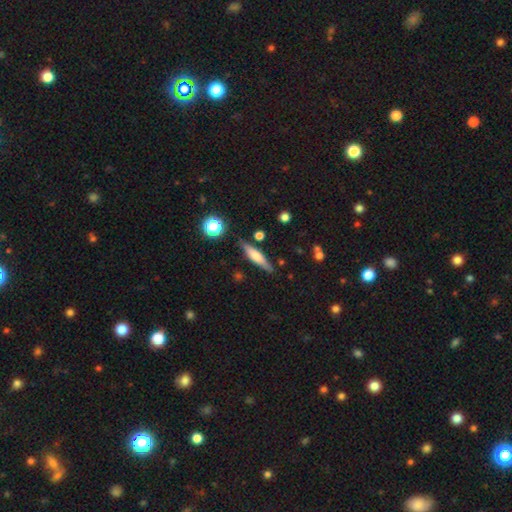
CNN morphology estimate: This is possibly a smooth galaxy (55%). How rounded: likely cigar-shaped (78%). Merging: clearly none (83%).